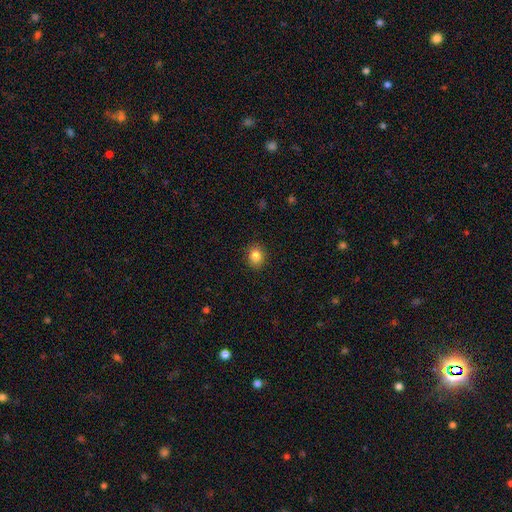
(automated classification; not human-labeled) This appears to be a smooth galaxy with no disk features (83%) that is round (65%). Merging: none (90%).